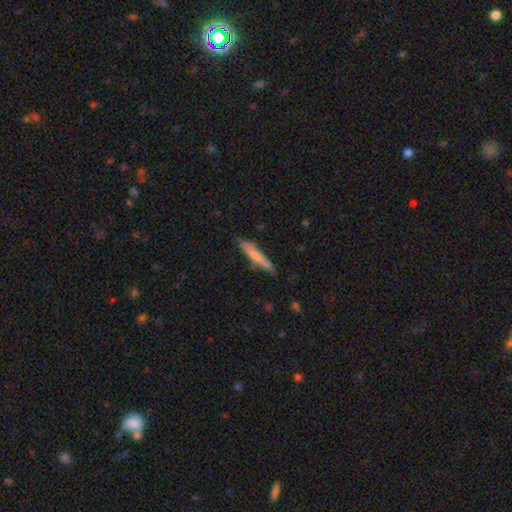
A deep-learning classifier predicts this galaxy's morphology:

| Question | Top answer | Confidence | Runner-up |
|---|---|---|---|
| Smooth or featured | smooth | 66% | featured or disk (29%) |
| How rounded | cigar-shaped | 92% | in between (6%) |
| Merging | none | 74% | minor disturbance (19%) |